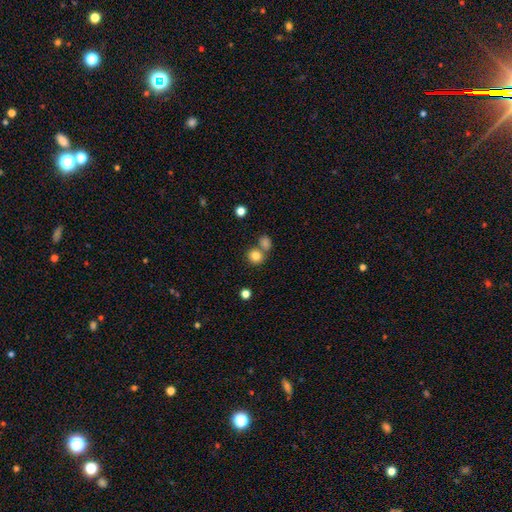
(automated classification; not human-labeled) Smooth or featured? smooth (82%)
How rounded? round (82%)
Merging? none (59%)